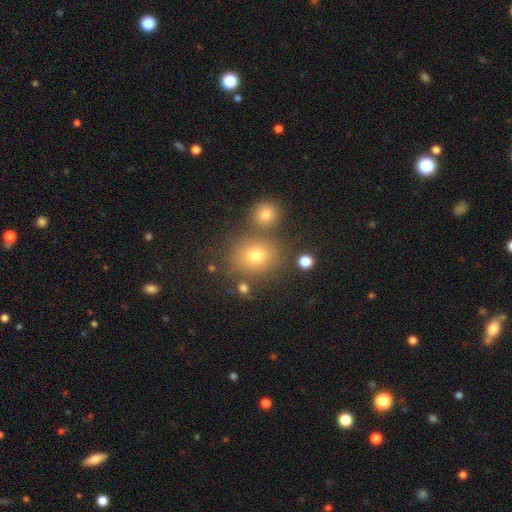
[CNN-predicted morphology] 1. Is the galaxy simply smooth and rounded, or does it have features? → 69% smooth, 20% star or artifact, 11% featured or disk.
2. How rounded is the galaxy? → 74% round, 25% in between, 1% cigar-shaped.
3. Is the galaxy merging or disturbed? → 70% none, 17% merger, 9% minor disturbance, 4% major disturbance.